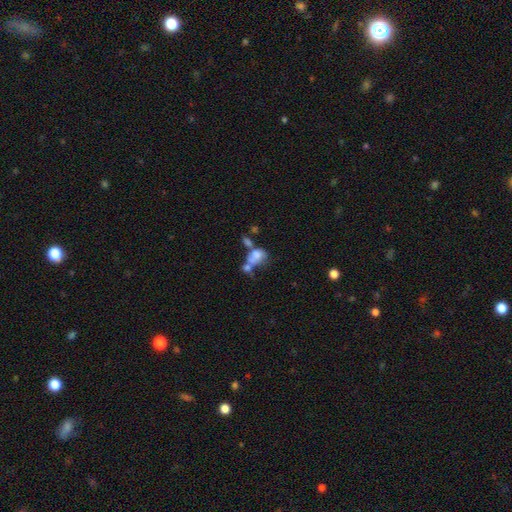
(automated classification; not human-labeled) Overall: smooth (60%; featured or disk 29%). How rounded: in between (70%). Merging: merger (57%).